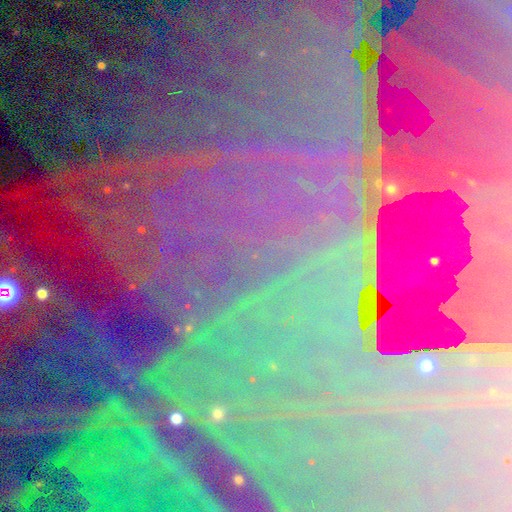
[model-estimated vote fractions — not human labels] Smooth or featured? Predicted: star or artifact (p=0.85).